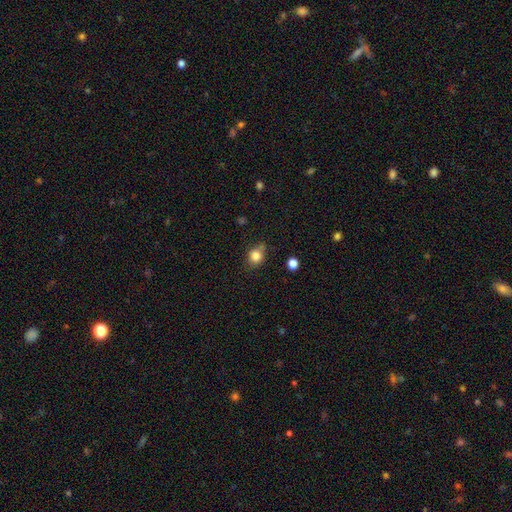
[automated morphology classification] smooth_or_featured: smooth (p=0.83) [alt: star or artifact p=0.11]
how_rounded: round (p=0.71) [alt: in between p=0.28]
merging: none (p=0.69) [alt: minor disturbance p=0.20]